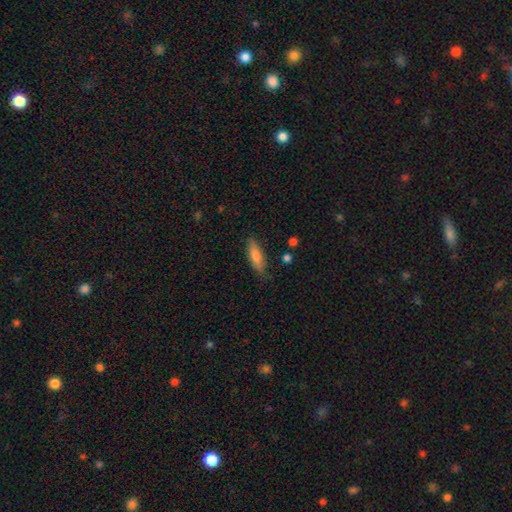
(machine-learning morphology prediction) Smooth or featured? Predicted: smooth (p=0.73). How rounded? Predicted: cigar-shaped (p=0.49, tied with in between). Merging? Predicted: none (p=0.80).